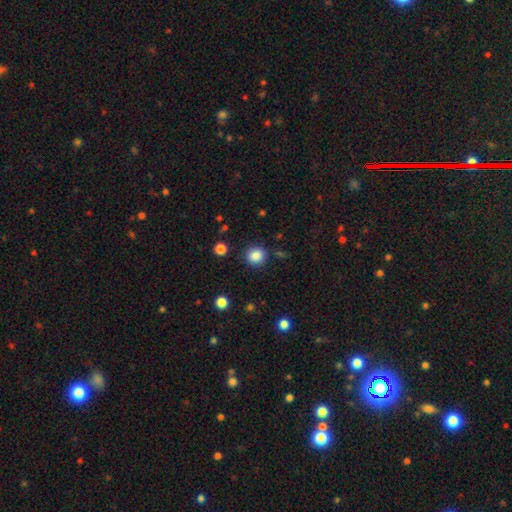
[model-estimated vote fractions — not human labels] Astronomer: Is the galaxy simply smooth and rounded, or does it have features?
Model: smooth — 86%.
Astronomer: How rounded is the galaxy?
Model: round — 88%.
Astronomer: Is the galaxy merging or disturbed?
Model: none — 88%.